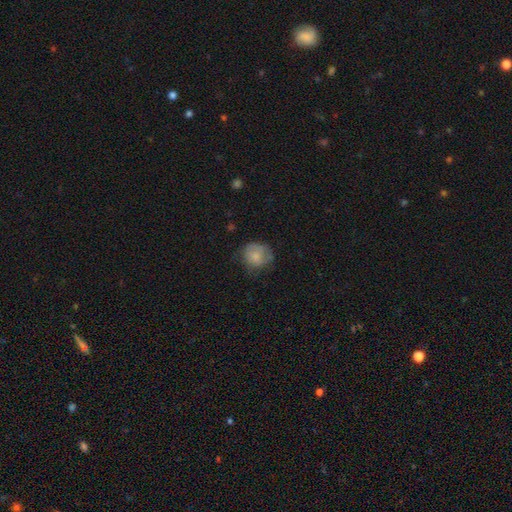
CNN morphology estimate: Smooth or featured: smooth — 74% (featured or disk — 18%)
How rounded: round — 80% (in between — 19%)
Merging: none — 58% (minor disturbance — 28%)